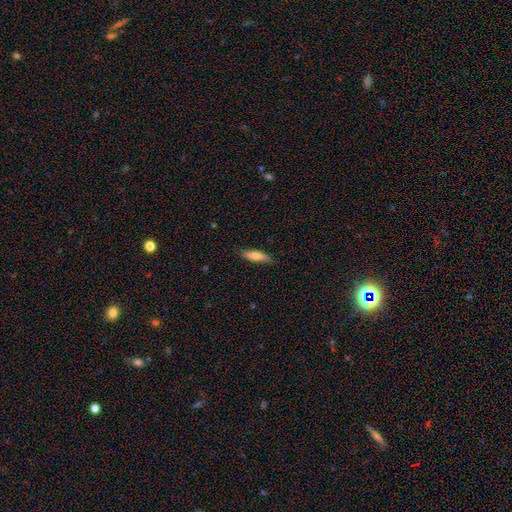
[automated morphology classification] Smooth or featured? smooth (75%)
How rounded? cigar-shaped (60%)
Merging? none (77%)